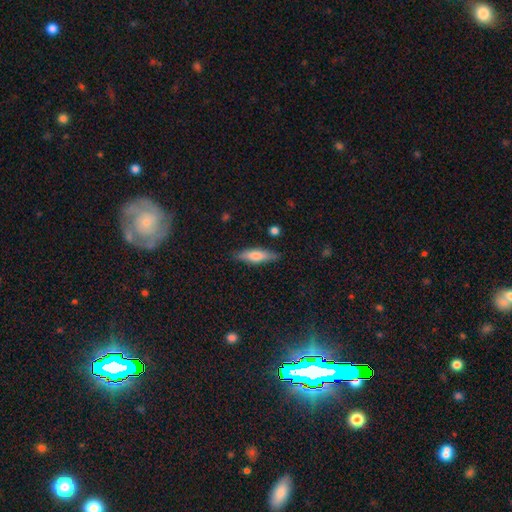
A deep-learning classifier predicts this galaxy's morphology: Overall: smooth (63%; featured or disk 30%). How rounded: cigar-shaped (61%; in between 37%). Merging: none (84%).